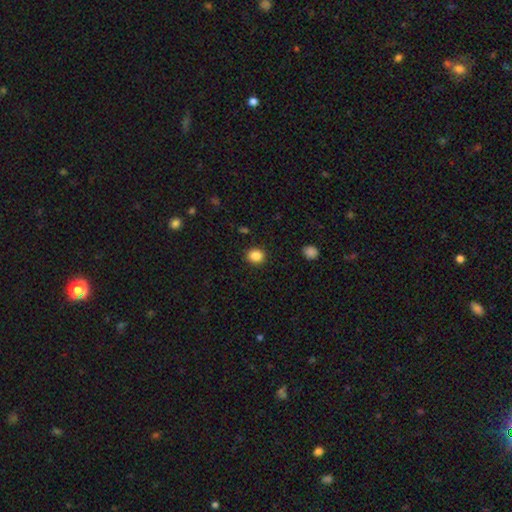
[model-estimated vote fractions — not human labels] Smooth or featured?
  - smooth: 87% *
  - star or artifact: 10%
  - featured or disk: 3%
How rounded?
  - round: 68% *
  - in between: 32%
  - cigar-shaped: 1%
Merging?
  - none: 90% *
  - minor disturbance: 7%
  - major disturbance: 2%
  - merger: 1%